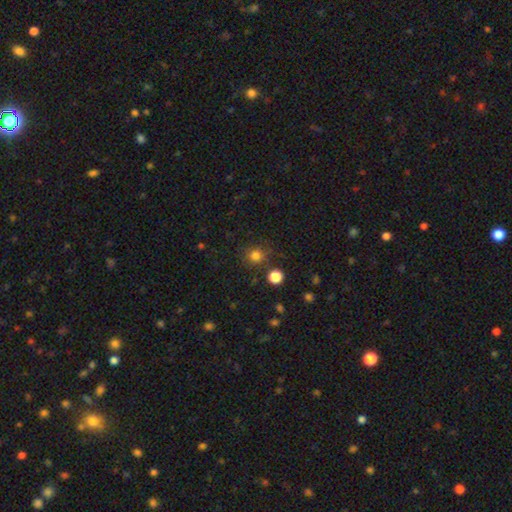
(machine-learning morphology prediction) type=smooth (80%); roundness=round (89%); merging=none (81%).